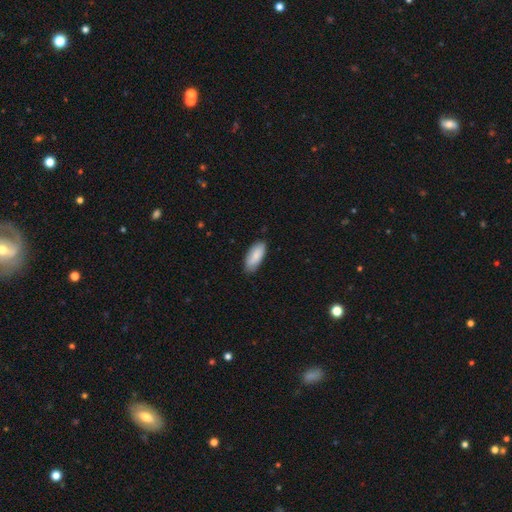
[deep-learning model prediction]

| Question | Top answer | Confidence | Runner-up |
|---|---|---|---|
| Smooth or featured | smooth | 85% | featured or disk (10%) |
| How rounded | in between | 85% | cigar-shaped (13%) |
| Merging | none | 83% | minor disturbance (14%) |